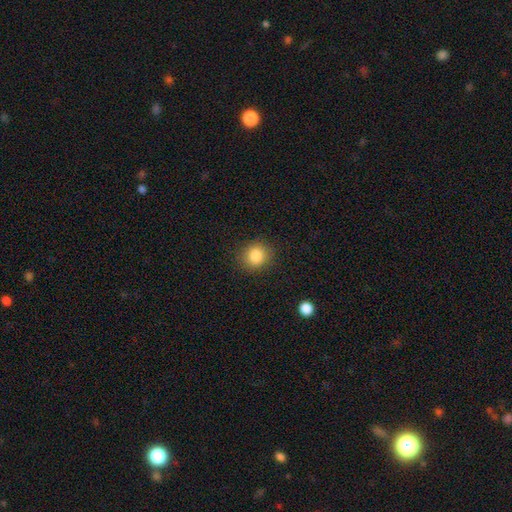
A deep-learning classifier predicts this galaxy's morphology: This appears to be a smooth galaxy with no disk features (85%) that is round (83%). Merging: none (88%).